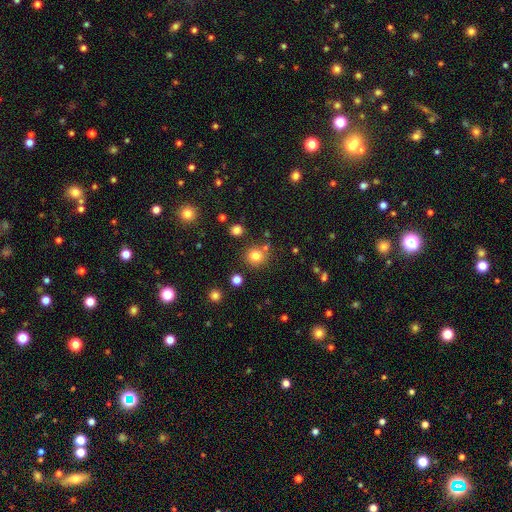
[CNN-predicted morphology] This is clearly a smooth galaxy (81%). How rounded: clearly round (89%). Merging: likely none (79%).